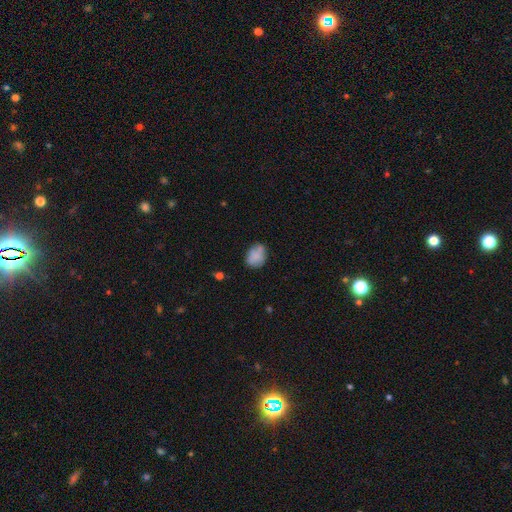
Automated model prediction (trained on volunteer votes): Smooth or featured?
  - smooth: 73% *
  - featured or disk: 18%
  - star or artifact: 9%
How rounded?
  - in between: 55% *
  - round: 44%
  - cigar-shaped: 1%
Merging?
  - none: 55% *
  - minor disturbance: 25%
  - merger: 11%
  - major disturbance: 9%